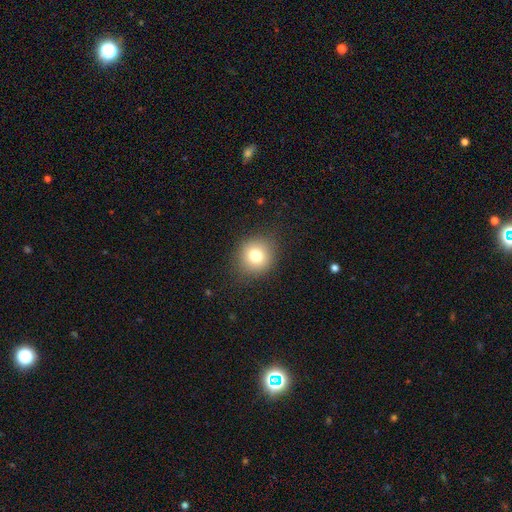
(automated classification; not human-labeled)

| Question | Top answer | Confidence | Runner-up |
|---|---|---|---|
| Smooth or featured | smooth | 78% | star or artifact (12%) |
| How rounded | round | 86% | in between (13%) |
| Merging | none | 87% | minor disturbance (8%) |